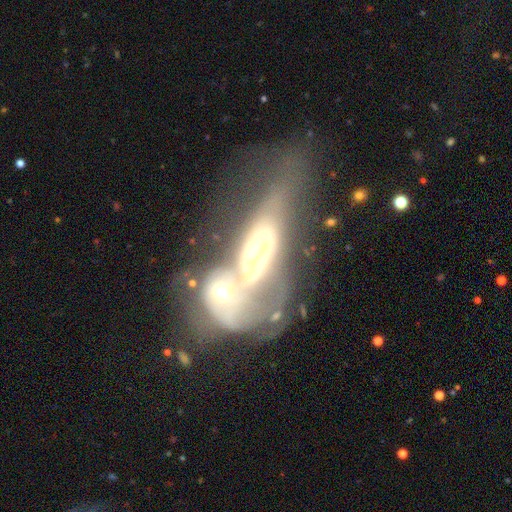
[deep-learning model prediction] smooth_or_featured: featured or disk (p=0.70) [alt: smooth p=0.22]
disk_edge_on: no (p=0.86) [alt: yes p=0.14]
bar: no (p=0.72) [alt: weak p=0.21]
has_spiral_arms: yes (p=0.57) [alt: no p=0.43]
bulge_size: moderate (p=0.57) [alt: small p=0.25]
merging: merger (p=0.79) [alt: major disturbance p=0.09]